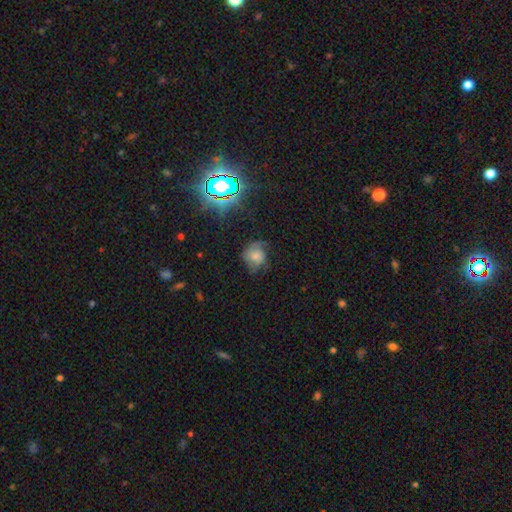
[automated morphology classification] Q: Smooth or featured?
A: featured or disk (50%); runner-up: smooth (36%)
Q: Merging?
A: none (53%); runner-up: minor disturbance (28%)